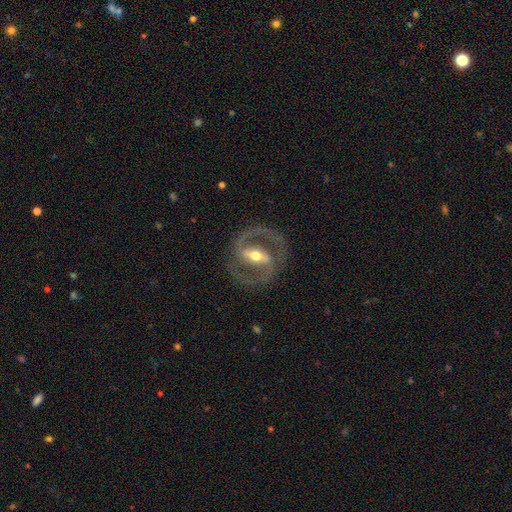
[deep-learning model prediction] Smooth or featured? featured or disk (91%)
Edge-on disk? no (97%)
Bar? strong (60%)
Spiral arms? yes (95%)
Spiral winding? medium (63%)
Spiral arm count? 2 (93%)
Bulge size? moderate (69%)
Merging? none (84%)